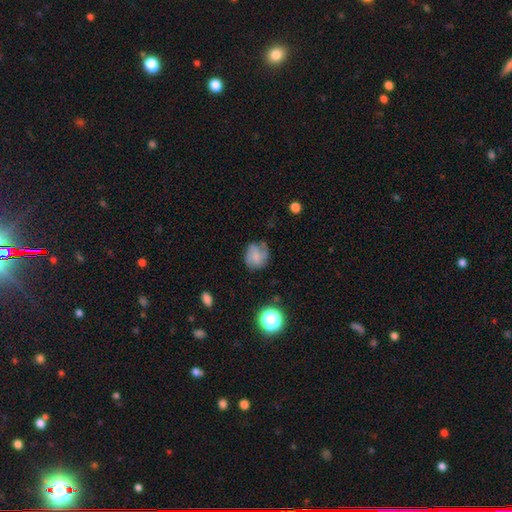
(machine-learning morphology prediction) The model was most divided on "merging": none: 59%, minor disturbance: 27%, major disturbance: 12%, merger: 2%. More confident: how rounded — round (73%); smooth or featured — smooth (61%).